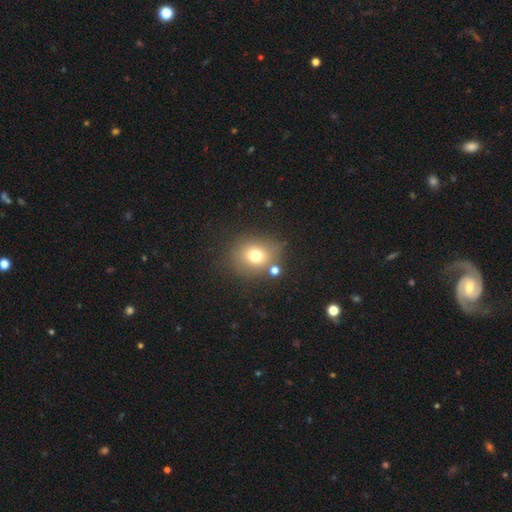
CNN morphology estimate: smooth_or_featured: smooth (p=0.72) [alt: star or artifact p=0.15]
how_rounded: round (p=0.70) [alt: in between p=0.29]
merging: none (p=0.73) [alt: minor disturbance p=0.13]